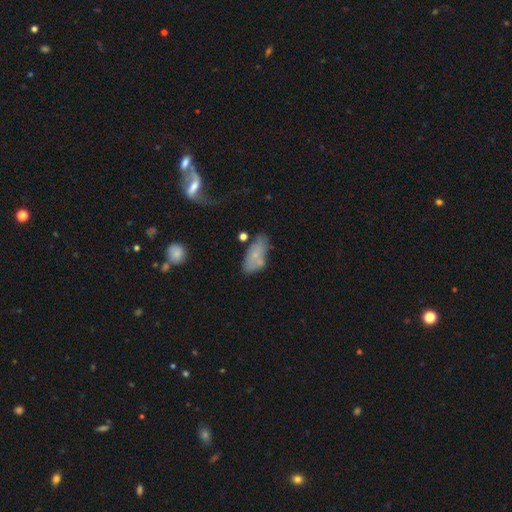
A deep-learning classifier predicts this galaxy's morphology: Smooth or featured? Predicted: smooth (p=0.65). How rounded? Predicted: in between (p=0.88). Merging? Predicted: none (p=0.53).